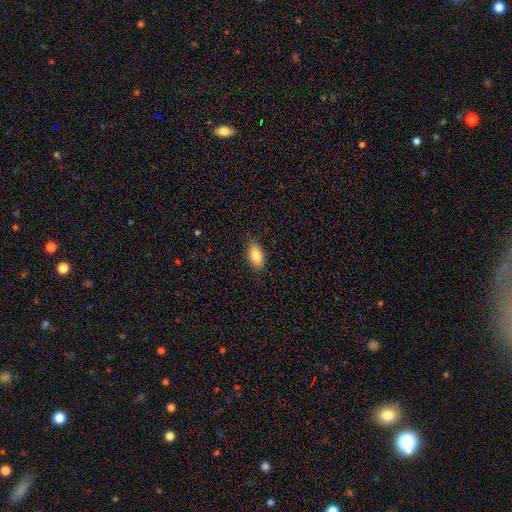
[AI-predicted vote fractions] Overall: smooth (84%). How rounded: in between (91%). Merging: none (83%).